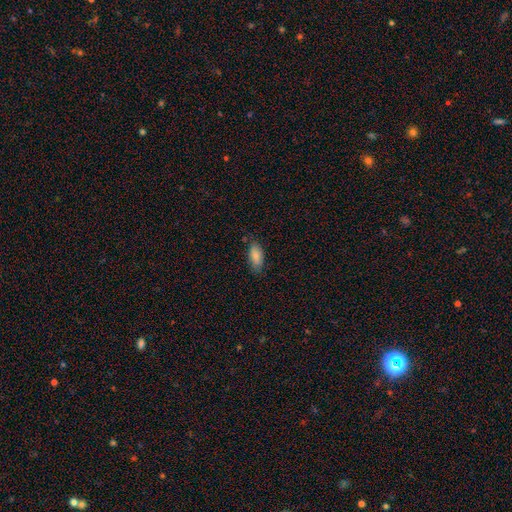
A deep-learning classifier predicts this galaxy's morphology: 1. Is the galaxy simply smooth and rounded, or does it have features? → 84% smooth, 9% featured or disk, 7% star or artifact.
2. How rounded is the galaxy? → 84% in between, 13% cigar-shaped, 2% round.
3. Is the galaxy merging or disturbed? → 76% none, 19% minor disturbance, 4% major disturbance, 2% merger.